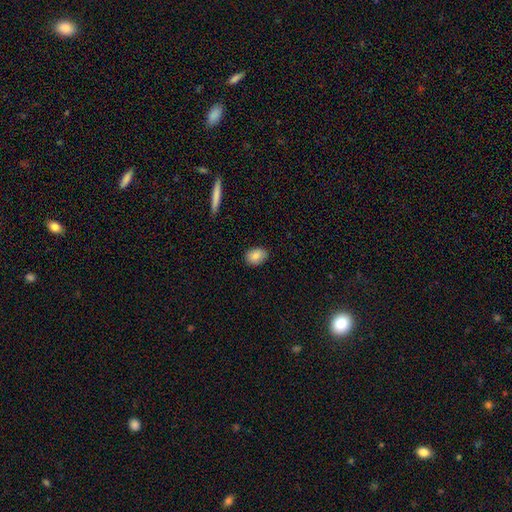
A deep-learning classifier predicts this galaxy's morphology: smooth_or_featured: smooth (p=0.86) [alt: star or artifact p=0.07]
how_rounded: in between (p=0.74) [alt: round p=0.25]
merging: none (p=0.86) [alt: minor disturbance p=0.11]